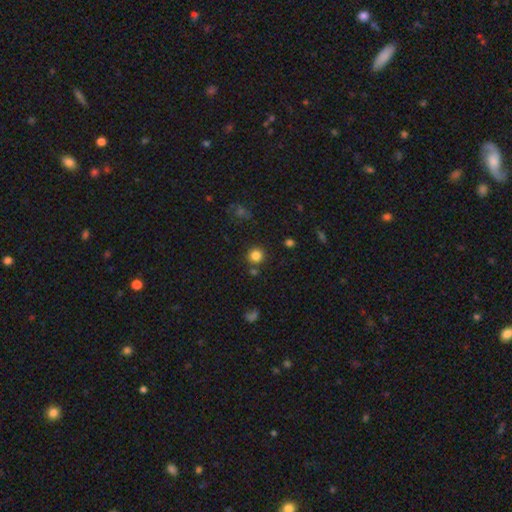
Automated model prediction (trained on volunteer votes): A smooth galaxy with no disk features (83%) that is round (93%).

Vote fractions:
- Smooth or featured? smooth: 83% / star or artifact: 13% / featured or disk: 5%
- How rounded? round: 93% / in between: 6% / cigar-shaped: 1%
- Merging? none: 82% / minor disturbance: 8% / merger: 7% / major disturbance: 3%